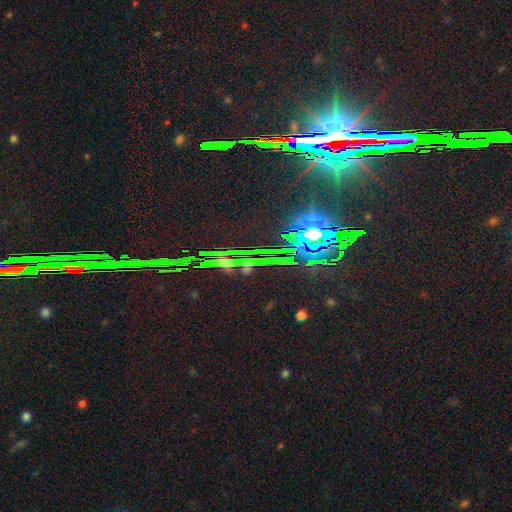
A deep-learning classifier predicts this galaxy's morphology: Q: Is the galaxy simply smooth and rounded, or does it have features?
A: star or artifact — 76%.